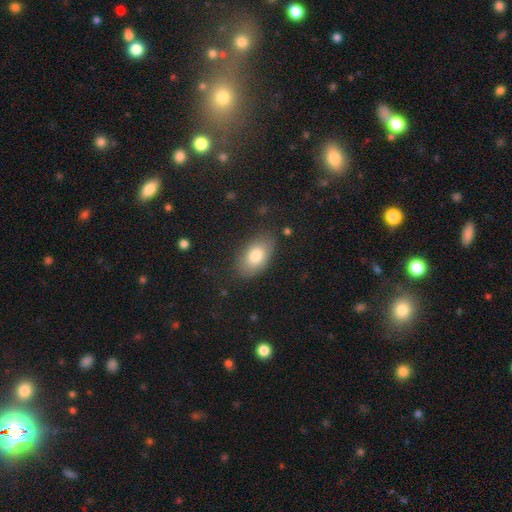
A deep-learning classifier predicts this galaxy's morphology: Overall: smooth (80%). How rounded: in between (91%). Merging: none (79%).